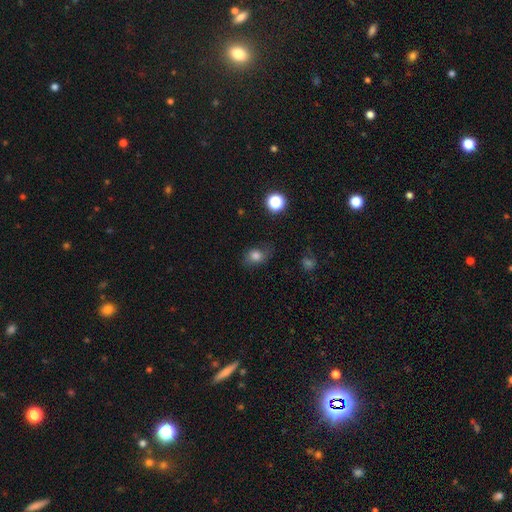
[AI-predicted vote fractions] This appears to be a smooth galaxy with no disk features (76%) that is in between round and cigar-shaped (60%). Merging: none (66%).